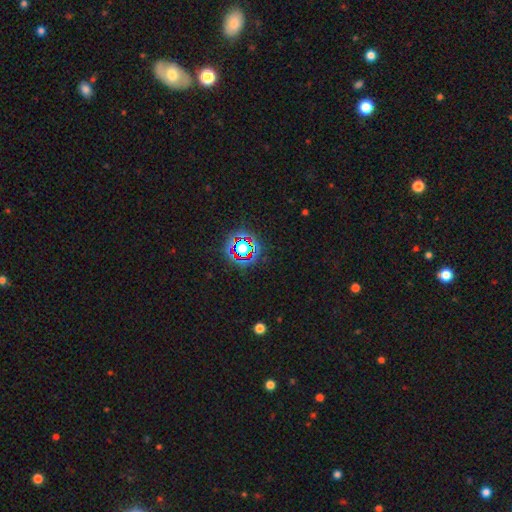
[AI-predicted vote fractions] smooth_or_featured: star or artifact (p=0.79) [alt: smooth p=0.12]